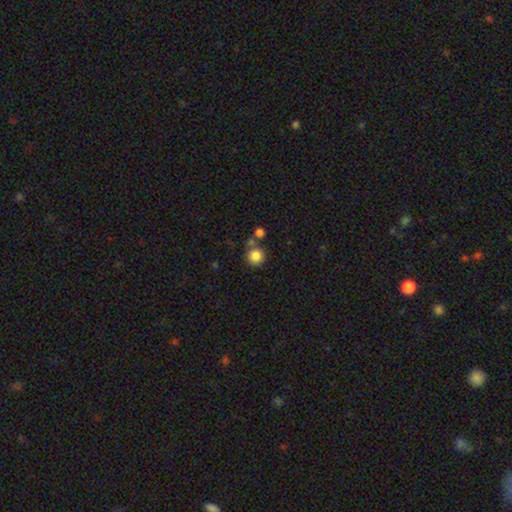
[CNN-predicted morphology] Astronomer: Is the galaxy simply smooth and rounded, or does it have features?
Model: smooth — 84%.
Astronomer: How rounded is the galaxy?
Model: round — 93%.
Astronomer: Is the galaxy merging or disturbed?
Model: none — 69%.